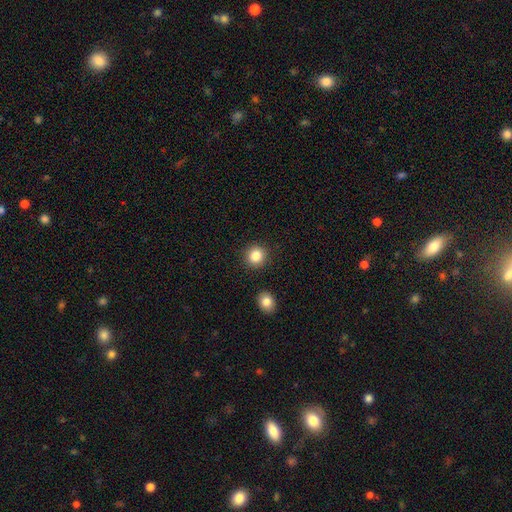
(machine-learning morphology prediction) A smooth galaxy with no disk features (85%) that is round (91%).

Vote fractions:
- Smooth or featured? smooth: 85% / star or artifact: 10% / featured or disk: 6%
- How rounded? round: 91% / in between: 8% / cigar-shaped: 1%
- Merging? none: 89% / minor disturbance: 6% / merger: 3% / major disturbance: 2%